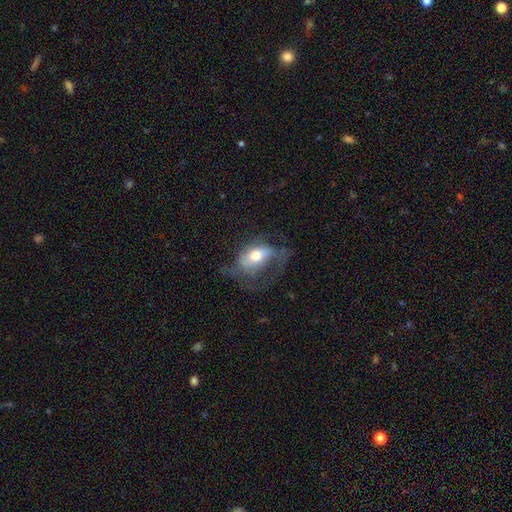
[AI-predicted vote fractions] smooth_or_featured: featured or disk (p=0.46) [alt: smooth p=0.45]
merging: major disturbance (p=0.40) [alt: none p=0.35]